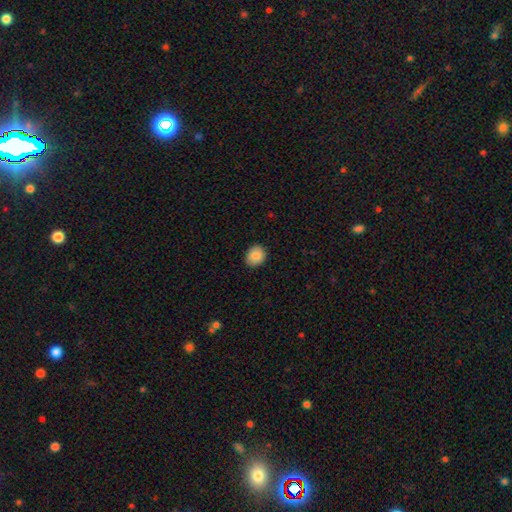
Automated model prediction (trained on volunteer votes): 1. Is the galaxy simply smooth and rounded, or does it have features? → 88% smooth, 8% star or artifact, 4% featured or disk.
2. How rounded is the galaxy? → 58% round, 41% in between, 1% cigar-shaped.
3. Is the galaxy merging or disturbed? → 89% none, 8% minor disturbance, 2% major disturbance, 1% merger.